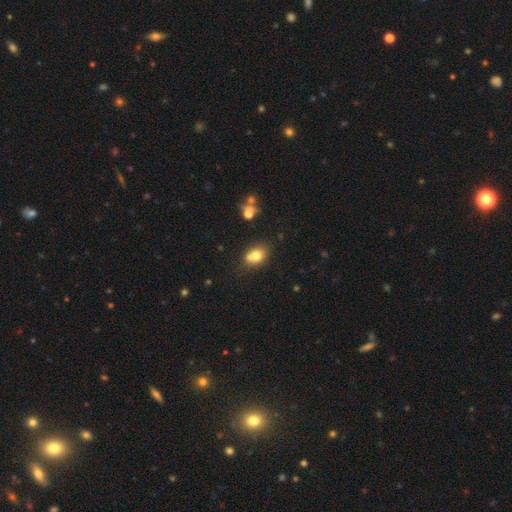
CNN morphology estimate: Q: Smooth or featured?
A: smooth (75%); runner-up: featured or disk (14%)
Q: How rounded?
A: in between (69%); runner-up: round (29%)
Q: Merging?
A: none (59%); runner-up: merger (20%)